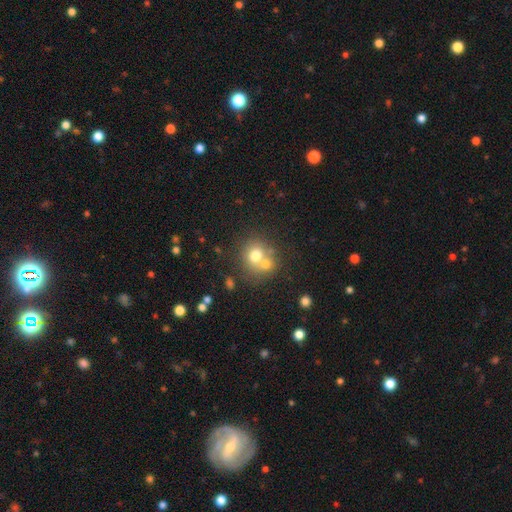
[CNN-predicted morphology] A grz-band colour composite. It shows a smooth galaxy with no disk features (70%) that is round (78%). Merging: merger (48%).